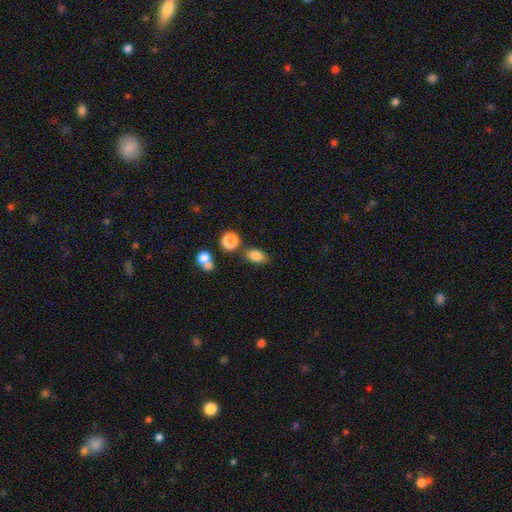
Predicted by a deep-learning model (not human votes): smooth_or_featured: smooth (p=0.82) [alt: star or artifact p=0.10]
how_rounded: in between (p=0.80) [alt: round p=0.17]
merging: none (p=0.67) [alt: minor disturbance p=0.18]